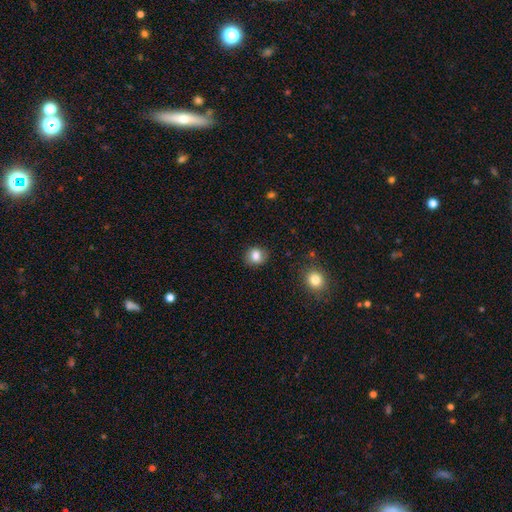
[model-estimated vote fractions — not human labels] smooth_or_featured: smooth (p=0.81) [alt: star or artifact p=0.10]
how_rounded: round (p=0.75) [alt: in between p=0.24]
merging: none (p=0.84) [alt: minor disturbance p=0.12]